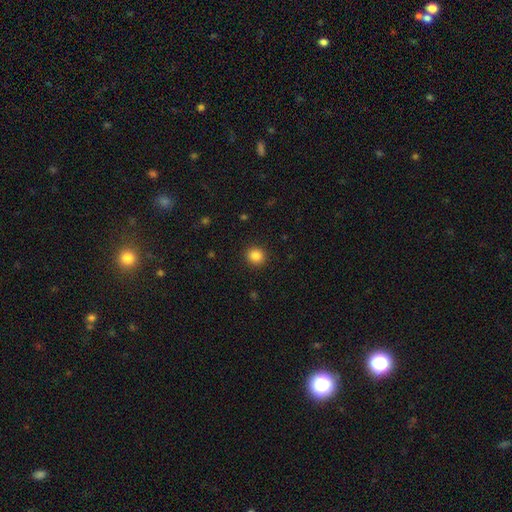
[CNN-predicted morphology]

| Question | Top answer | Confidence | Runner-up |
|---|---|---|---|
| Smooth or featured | smooth | 85% | star or artifact (11%) |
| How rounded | round | 87% | in between (12%) |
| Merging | none | 92% | minor disturbance (5%) |